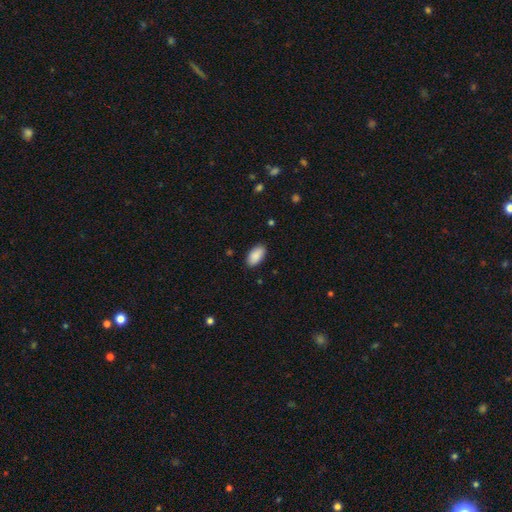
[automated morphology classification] Smooth or featured? Predicted: smooth (p=0.90). How rounded? Predicted: in between (p=0.95). Merging? Predicted: none (p=0.88).